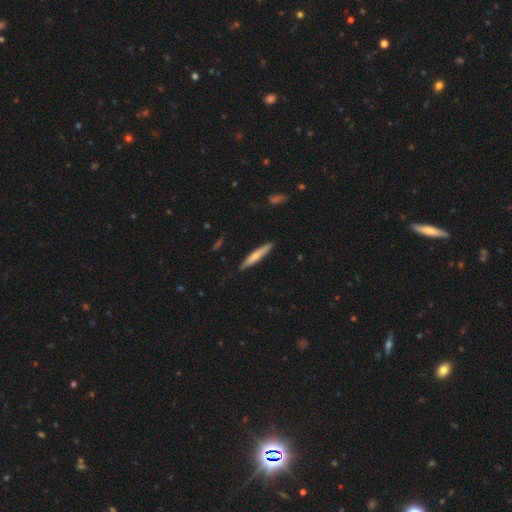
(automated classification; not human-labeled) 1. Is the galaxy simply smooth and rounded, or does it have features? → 62% smooth, 32% featured or disk, 5% star or artifact.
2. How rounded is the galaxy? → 92% cigar-shaped, 6% in between, 1% round.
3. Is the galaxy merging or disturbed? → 88% none, 10% minor disturbance, 2% major disturbance, 1% merger.